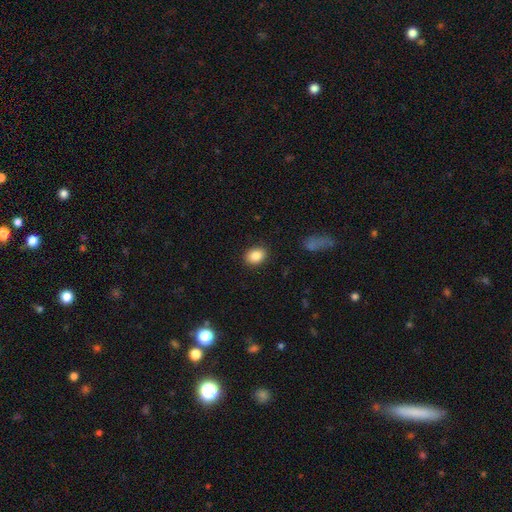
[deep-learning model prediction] smooth 87%, star or artifact 8%, featured or disk 5%. Down the decision tree: how rounded — in between (63%); merging — none (89%).